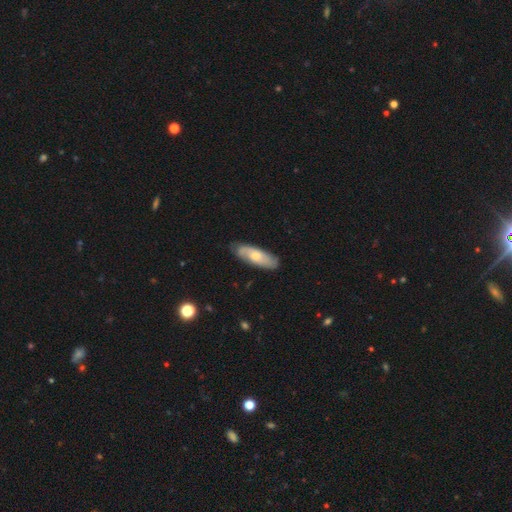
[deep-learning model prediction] Overall: featured or disk (49%; smooth 45%). Merging: none (78%).